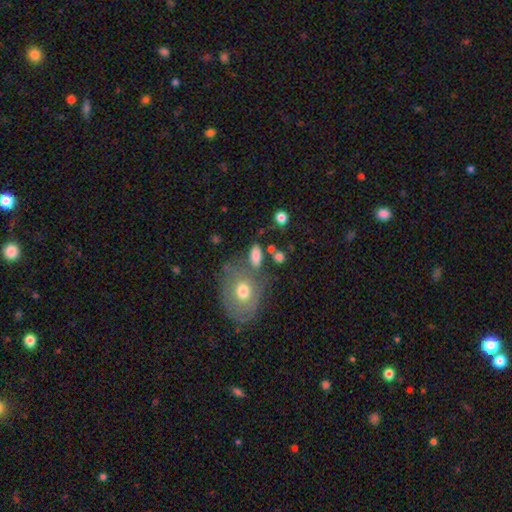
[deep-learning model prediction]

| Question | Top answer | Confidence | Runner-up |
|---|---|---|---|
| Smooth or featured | smooth | 79% | featured or disk (12%) |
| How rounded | in between | 84% | round (10%) |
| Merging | none | 59% | merger (17%) |